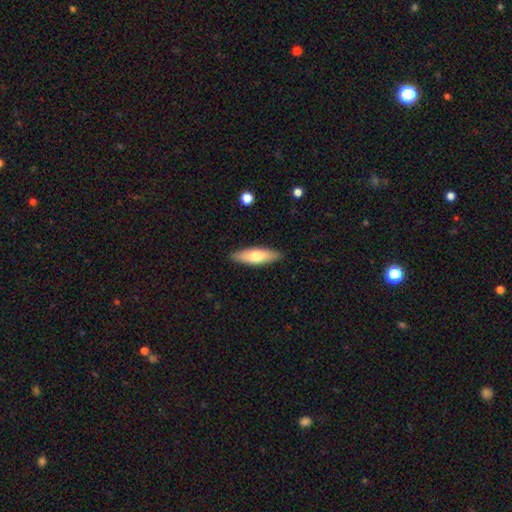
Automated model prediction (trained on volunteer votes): Smooth or featured: smooth — 67% (featured or disk — 27%)
How rounded: cigar-shaped — 50% (in between — 48%)
Merging: none — 89% (minor disturbance — 9%)